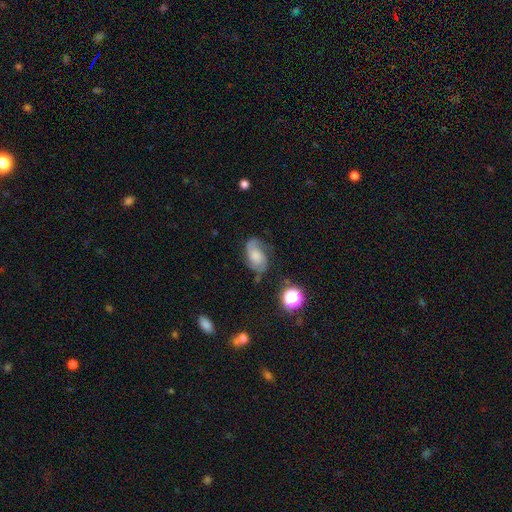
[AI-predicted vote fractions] A featured or disk galaxy (69%) with no bar (65%), 2 (86%) medium (49%) spiral arms (93%) and a moderate central bulge (28%). Merging: none (61%).